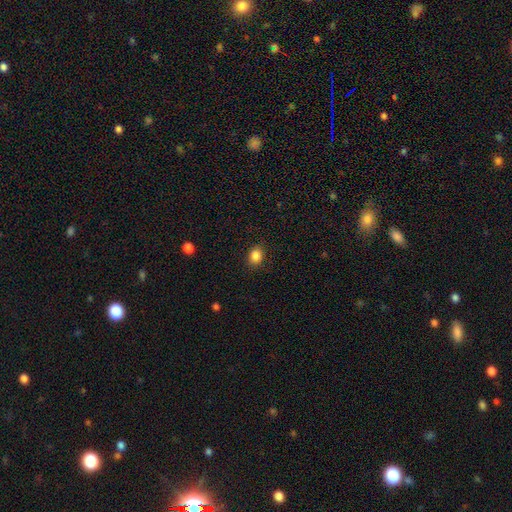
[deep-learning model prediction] A smooth galaxy with no disk features (86%) that is round (57%).

Vote fractions:
- Smooth or featured? smooth: 86% / star or artifact: 11% / featured or disk: 4%
- How rounded? round: 57% / in between: 42% / cigar-shaped: 1%
- Merging? none: 86% / minor disturbance: 10% / major disturbance: 3% / merger: 1%